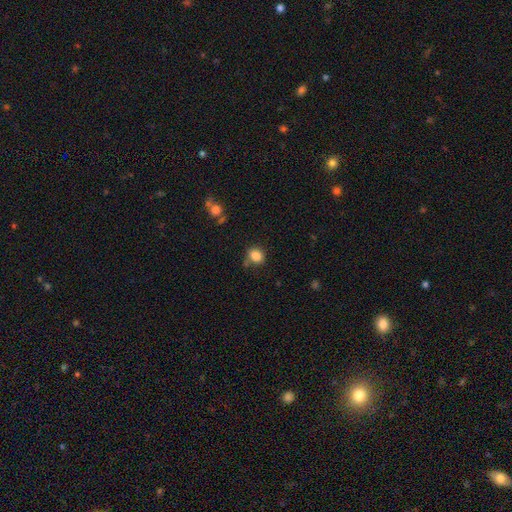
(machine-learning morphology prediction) Q: Smooth or featured?
A: smooth (84%); runner-up: star or artifact (10%)
Q: How rounded?
A: round (62%); runner-up: in between (37%)
Q: Merging?
A: none (73%); runner-up: minor disturbance (16%)